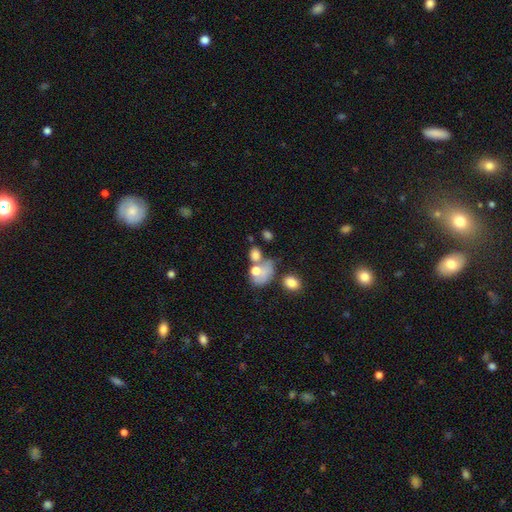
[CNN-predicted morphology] Smooth or featured: smooth — 69% (featured or disk — 19%)
How rounded: in between — 59% (round — 39%)
Merging: merger — 43% (none — 29%)